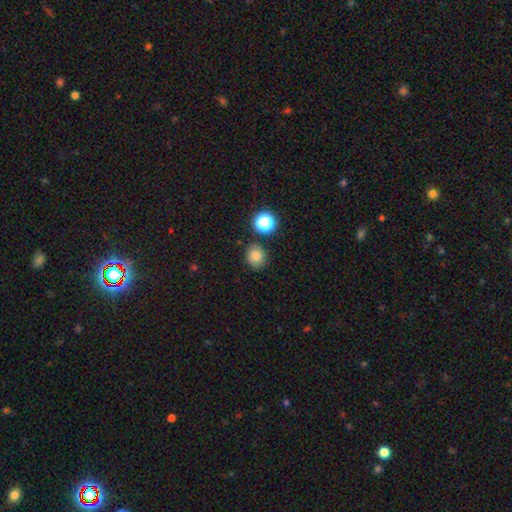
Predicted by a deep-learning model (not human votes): Morphology: type=smooth (79%); roundness=round (78%); merging=none (83%).